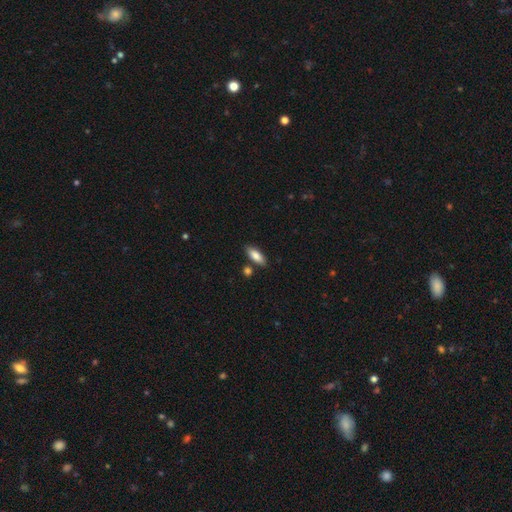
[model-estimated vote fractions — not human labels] smooth 81%, featured or disk 12%, star or artifact 6%. Down the decision tree: how rounded — in between (76%); merging — none (81%).